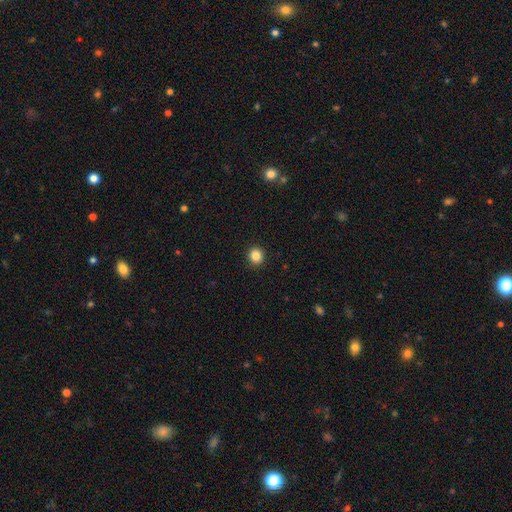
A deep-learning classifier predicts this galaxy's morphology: smooth_or_featured: smooth (p=0.85) [alt: star or artifact p=0.11]
how_rounded: round (p=0.90) [alt: in between p=0.09]
merging: none (p=0.93) [alt: minor disturbance p=0.05]